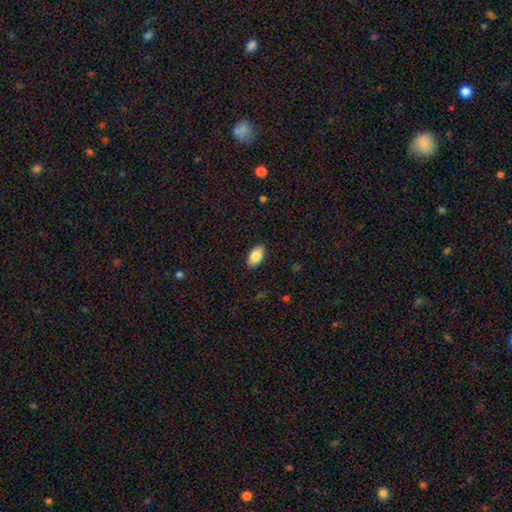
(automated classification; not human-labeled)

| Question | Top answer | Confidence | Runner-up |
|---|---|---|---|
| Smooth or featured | smooth | 85% | featured or disk (8%) |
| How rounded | in between | 94% | round (4%) |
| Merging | none | 89% | minor disturbance (9%) |